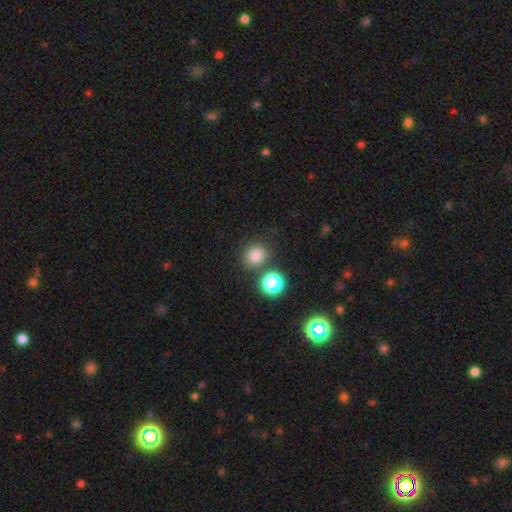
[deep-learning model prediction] Smooth or featured?
  - smooth: 79% *
  - star or artifact: 16%
  - featured or disk: 5%
How rounded?
  - round: 81% *
  - in between: 18%
  - cigar-shaped: 1%
Merging?
  - none: 78% *
  - merger: 10%
  - minor disturbance: 9%
  - major disturbance: 3%